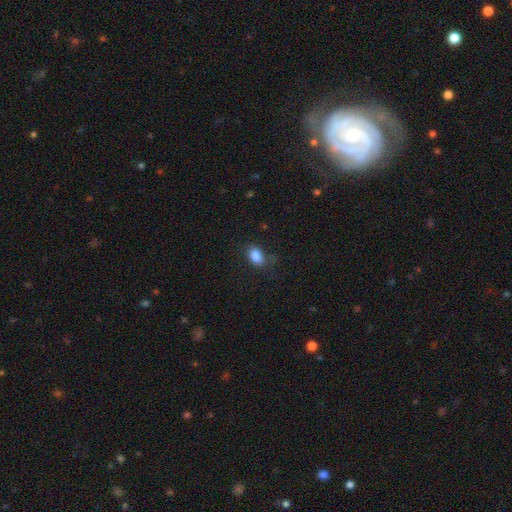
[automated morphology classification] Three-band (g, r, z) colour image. It shows a smooth galaxy with no disk features (86%) that is in between round and cigar-shaped (85%). Merging: none (68%).